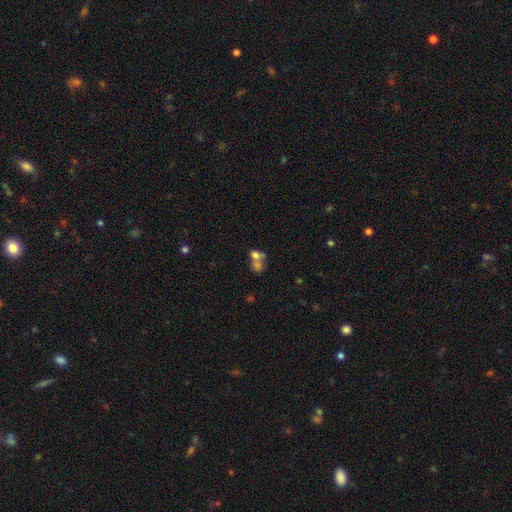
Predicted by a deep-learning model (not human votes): This appears to be a smooth galaxy with no disk features (53%) that is round (58%). Merging: merger (54%).